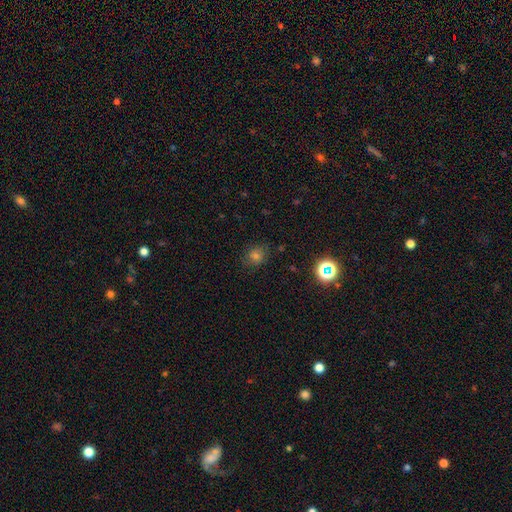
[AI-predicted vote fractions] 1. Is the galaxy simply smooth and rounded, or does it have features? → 63% smooth, 27% star or artifact, 10% featured or disk.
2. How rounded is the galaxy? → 78% round, 21% in between, 1% cigar-shaped.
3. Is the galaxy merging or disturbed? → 83% none, 12% minor disturbance, 4% major disturbance, 2% merger.